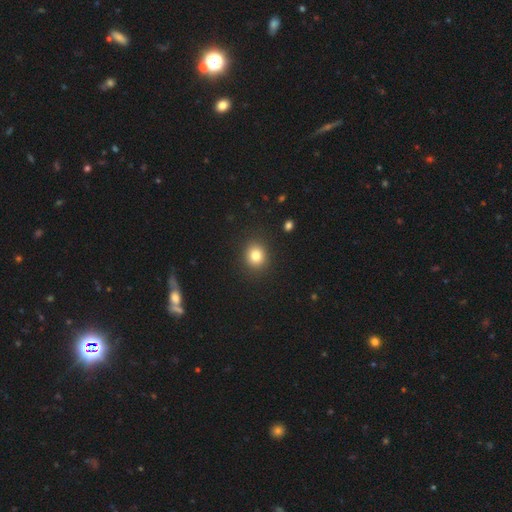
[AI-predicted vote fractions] smooth-or-featured: smooth: 82% | star or artifact: 11% | featured or disk: 6%
  how-rounded: round: 78% | in between: 21% | cigar-shaped: 1%
  merging: none: 90% | minor disturbance: 6% | major disturbance: 2% | merger: 1%